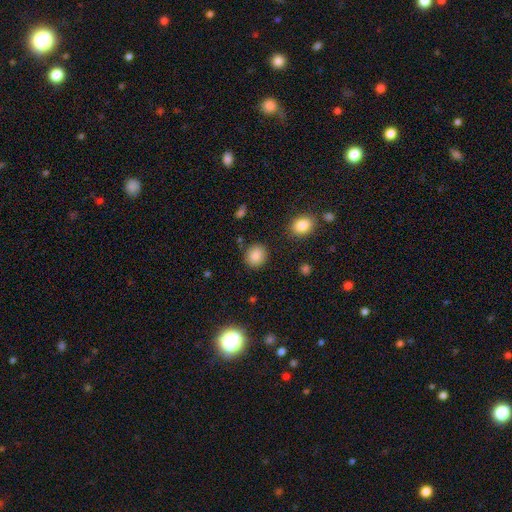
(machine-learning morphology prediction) The model was most divided on "how rounded": round: 76%, in between: 23%, cigar-shaped: 1%. More confident: merging — none (87%); smooth or featured — smooth (86%).